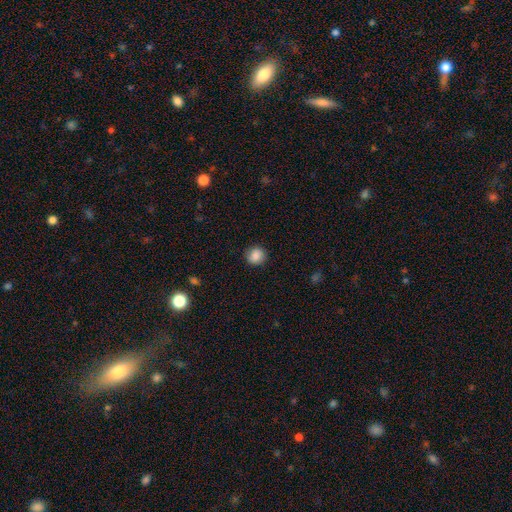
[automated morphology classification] type=smooth (87%); roundness=round (88%); merging=none (89%).